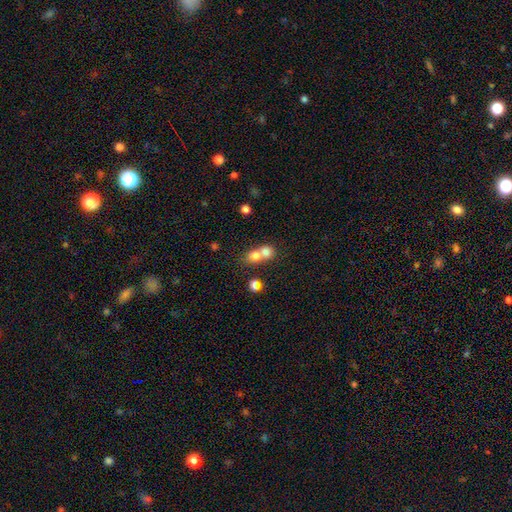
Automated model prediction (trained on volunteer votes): Overall: smooth (74%). How rounded: round (64%; in between 34%). Merging: merger (68%).